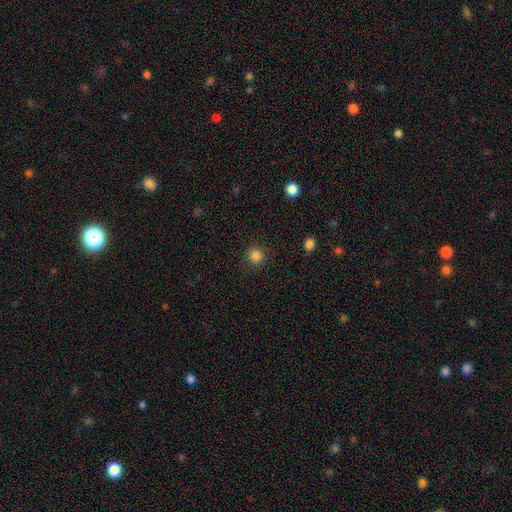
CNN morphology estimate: smooth 84%, star or artifact 12%, featured or disk 4%. Down the decision tree: how rounded — round (94%); merging — none (90%).